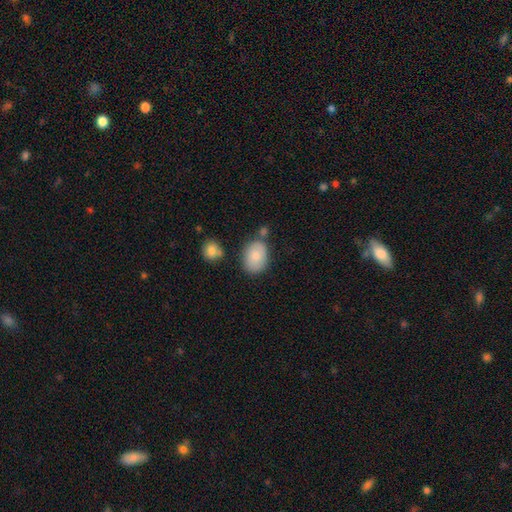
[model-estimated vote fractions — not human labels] This is clearly a smooth galaxy (80%). How rounded: likely in between (72%). Merging: likely none (68%).